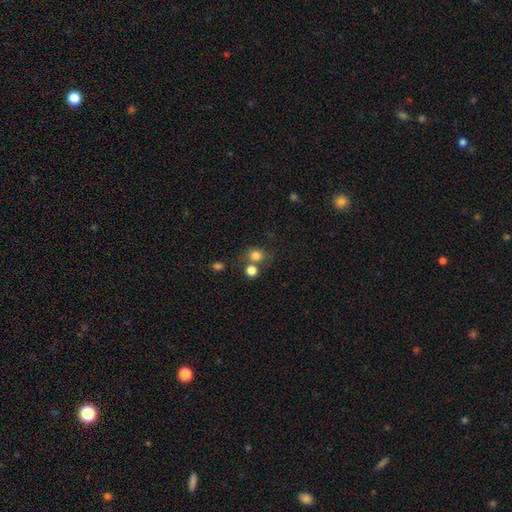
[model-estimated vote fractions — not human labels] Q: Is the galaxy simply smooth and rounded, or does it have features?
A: smooth — 78%.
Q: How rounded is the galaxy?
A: round — 78%.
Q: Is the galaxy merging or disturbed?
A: none — 59%.